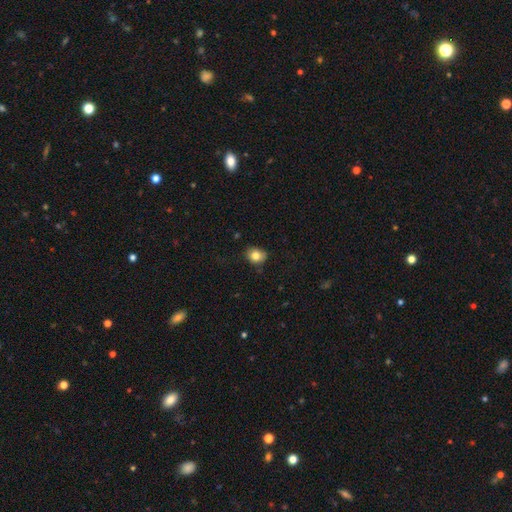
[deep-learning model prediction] Smooth or featured? smooth (81%)
How rounded? round (63%)
Merging? none (72%)